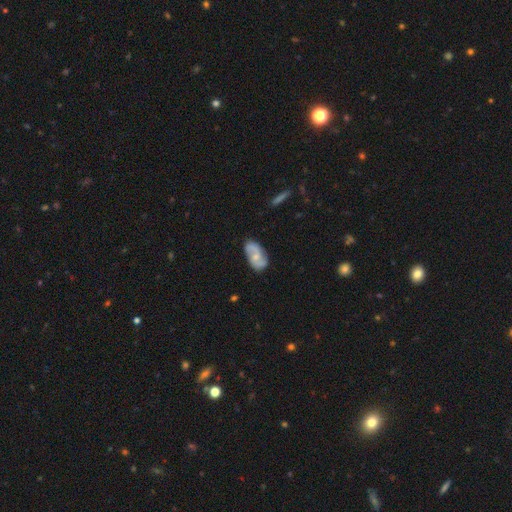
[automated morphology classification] smooth_or_featured: featured or disk (p=0.66) [alt: smooth p=0.28]
disk_edge_on: no (p=0.96) [alt: yes p=0.04]
bar: no (p=0.52) [alt: weak p=0.41]
has_spiral_arms: yes (p=0.91) [alt: no p=0.09]
spiral_winding: medium (p=0.44) [alt: loose p=0.37]
spiral_arm_count: 2 (p=0.87) [alt: can't tell p=0.08]
bulge_size: small (p=0.46) [alt: moderate p=0.41]
merging: none (p=0.76) [alt: minor disturbance p=0.18]